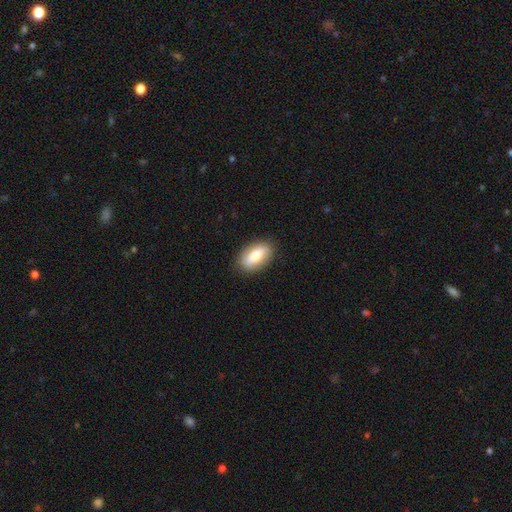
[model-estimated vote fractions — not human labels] Morphology: type=smooth (71%); roundness=in between (87%); merging=none (87%).